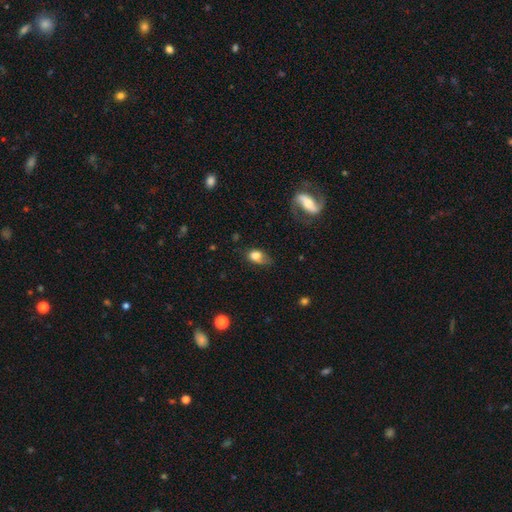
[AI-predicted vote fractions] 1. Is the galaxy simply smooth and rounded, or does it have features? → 74% smooth, 18% featured or disk, 9% star or artifact.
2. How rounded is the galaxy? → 79% in between, 19% round, 2% cigar-shaped.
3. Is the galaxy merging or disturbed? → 40% none, 35% minor disturbance, 21% major disturbance, 4% merger.